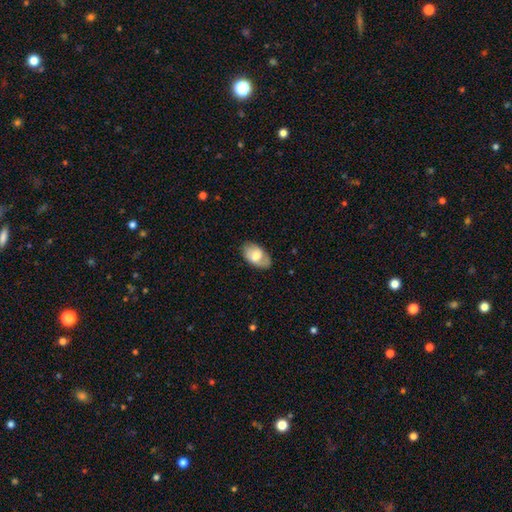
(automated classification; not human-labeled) Morphology: type=smooth (63%); roundness=in between (93%); merging=none (74%).